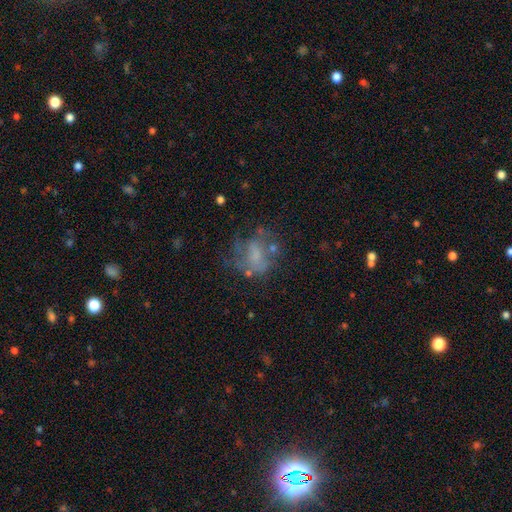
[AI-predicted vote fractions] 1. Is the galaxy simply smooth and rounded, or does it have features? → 48% featured or disk, 38% smooth, 13% star or artifact.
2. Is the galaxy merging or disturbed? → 39% none, 31% major disturbance, 22% minor disturbance, 7% merger.